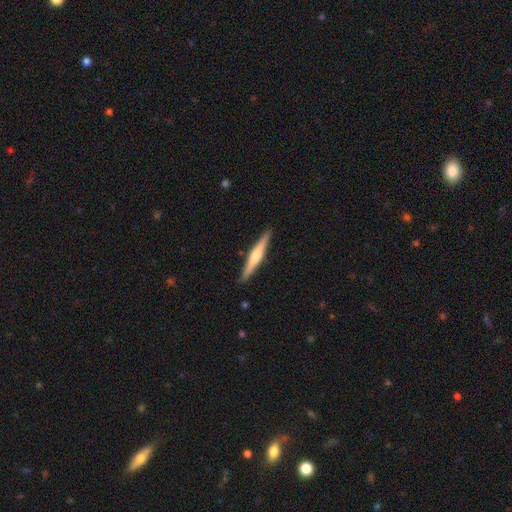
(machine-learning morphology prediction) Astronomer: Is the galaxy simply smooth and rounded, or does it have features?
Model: featured or disk — 55% (runner-up: smooth, 40%).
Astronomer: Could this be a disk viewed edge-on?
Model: yes — 98%.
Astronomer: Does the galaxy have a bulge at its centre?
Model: rounded — 72%.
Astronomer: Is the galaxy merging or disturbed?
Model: none — 90%.